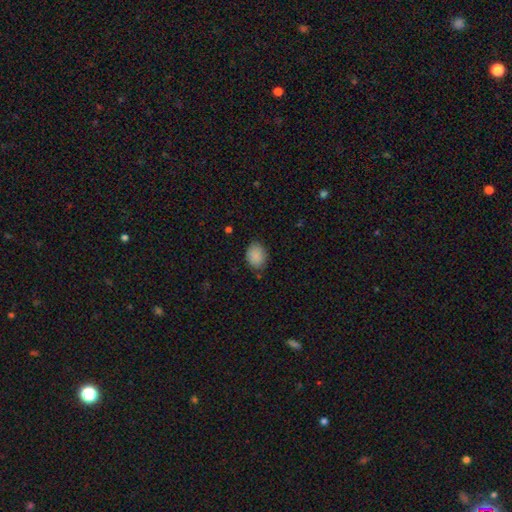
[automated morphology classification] smooth 89%, star or artifact 8%, featured or disk 4%. Down the decision tree: how rounded — in between (64%); merging — none (81%).